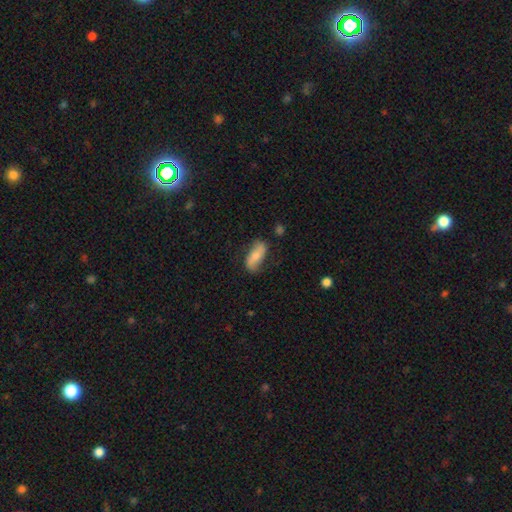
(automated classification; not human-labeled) Overall: smooth (54%; featured or disk 40%). How rounded: in between (78%). Merging: none (72%).